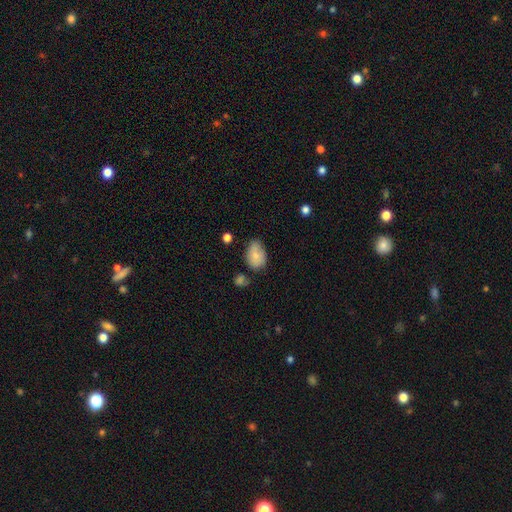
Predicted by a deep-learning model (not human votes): Q: Smooth or featured?
A: smooth (80%); runner-up: featured or disk (12%)
Q: How rounded?
A: in between (84%); runner-up: round (15%)
Q: Merging?
A: none (52%); runner-up: minor disturbance (34%)